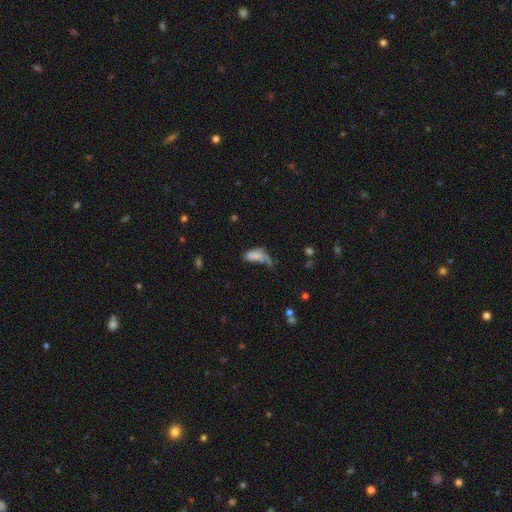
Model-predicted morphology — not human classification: type=smooth (64%); roundness=in between (83%); merging=major disturbance (39%).